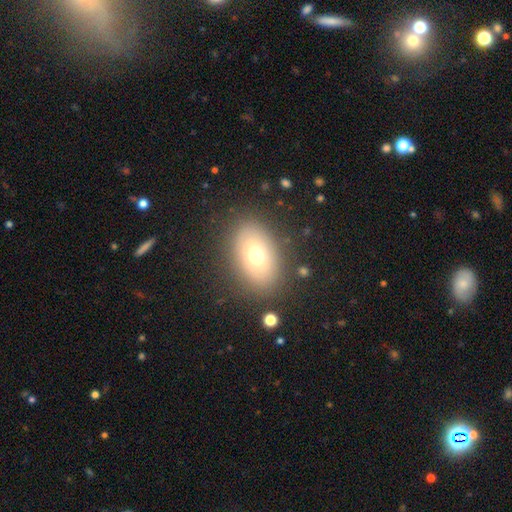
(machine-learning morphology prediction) type=smooth (68%); roundness=in between (80%); merging=none (83%).